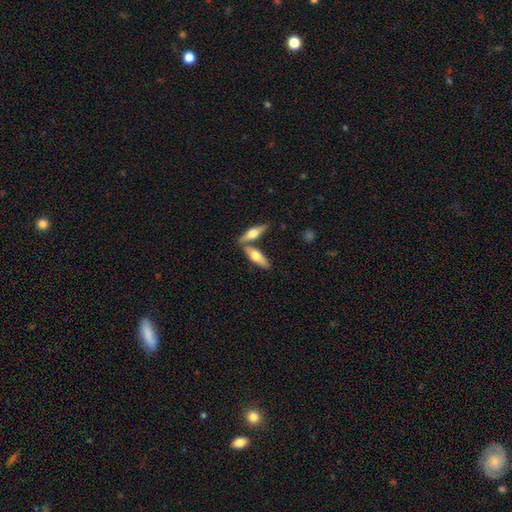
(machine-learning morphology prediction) Smooth or featured? smooth (54%)
How rounded? in between (57%)
Merging? none (57%)